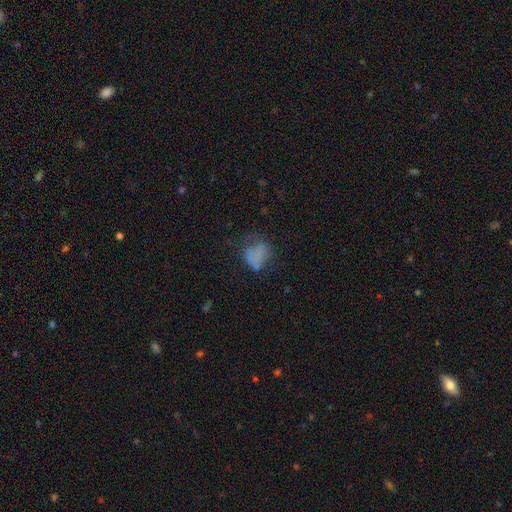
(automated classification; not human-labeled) smooth-or-featured: smooth: 61% | featured or disk: 24% | star or artifact: 15%
  how-rounded: in between: 59% | round: 39% | cigar-shaped: 2%
  merging: none: 36% | major disturbance: 33% | minor disturbance: 27% | merger: 5%